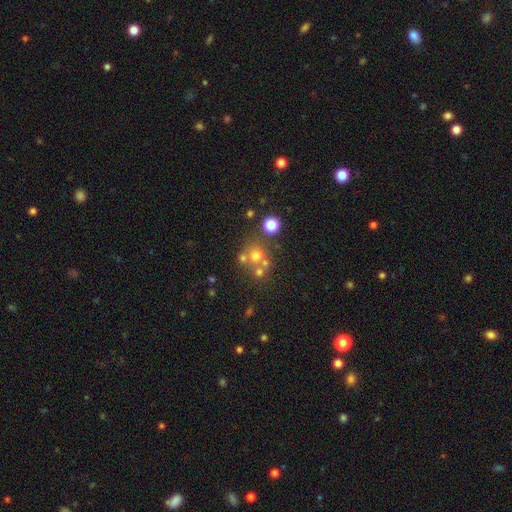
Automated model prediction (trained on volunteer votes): Smooth or featured?
  - smooth: 60% *
  - star or artifact: 21%
  - featured or disk: 19%
How rounded?
  - round: 87% *
  - in between: 12%
  - cigar-shaped: 1%
Merging?
  - none: 56% *
  - merger: 30%
  - minor disturbance: 9%
  - major disturbance: 5%